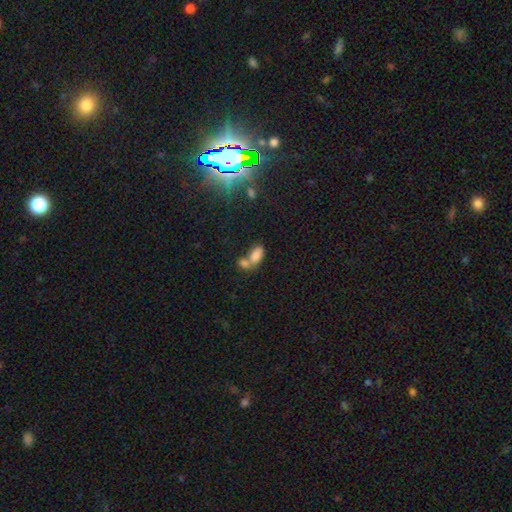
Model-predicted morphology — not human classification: type=smooth (79%); roundness=in between (90%); merging=merger (60%).